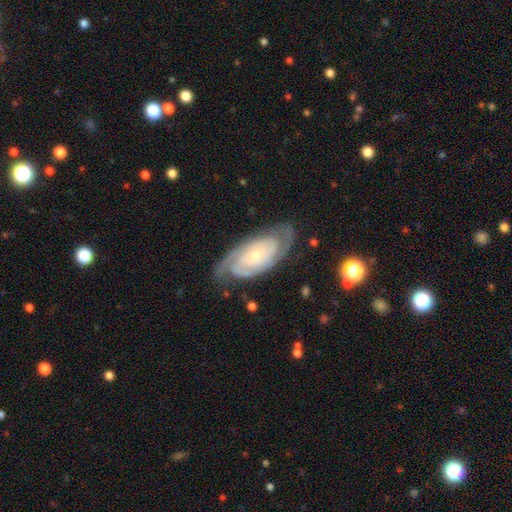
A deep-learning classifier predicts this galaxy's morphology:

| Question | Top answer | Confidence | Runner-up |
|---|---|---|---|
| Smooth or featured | featured or disk | 88% | smooth (8%) |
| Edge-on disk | no | 95% | yes (5%) |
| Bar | no | 72% | weak (21%) |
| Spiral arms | yes | 97% | no (3%) |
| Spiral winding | tight | 71% | medium (24%) |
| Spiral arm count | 2 | 50% | can't tell (20%) |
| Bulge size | small | 70% | moderate (26%) |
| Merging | none | 75% | minor disturbance (18%) |